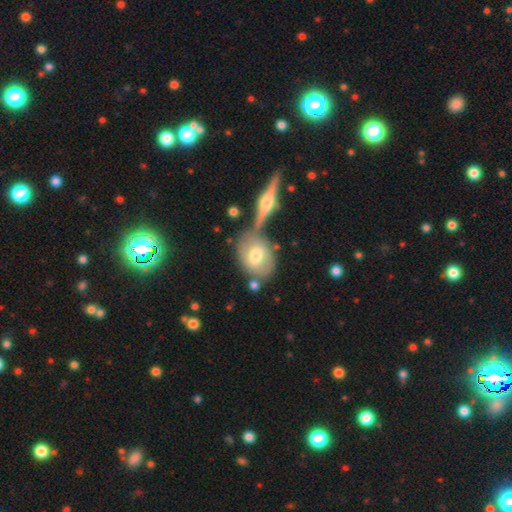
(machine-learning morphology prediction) Smooth or featured? Predicted: smooth (p=0.49). Merging? Predicted: none (p=0.54).